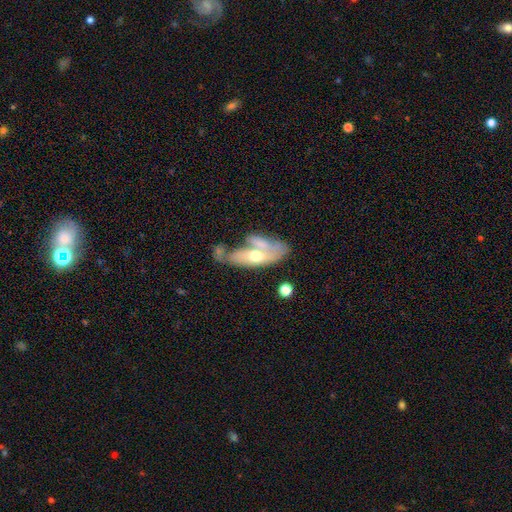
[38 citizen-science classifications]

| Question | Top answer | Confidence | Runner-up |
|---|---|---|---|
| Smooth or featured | featured or disk | 63% | smooth (37%) |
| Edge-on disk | no | 71% | yes (29%) |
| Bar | no | 82% | weak (12%) |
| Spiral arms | no | 71% | yes (29%) |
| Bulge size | moderate | 65% | small (24%) |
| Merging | major disturbance | 32% | none (29%) |